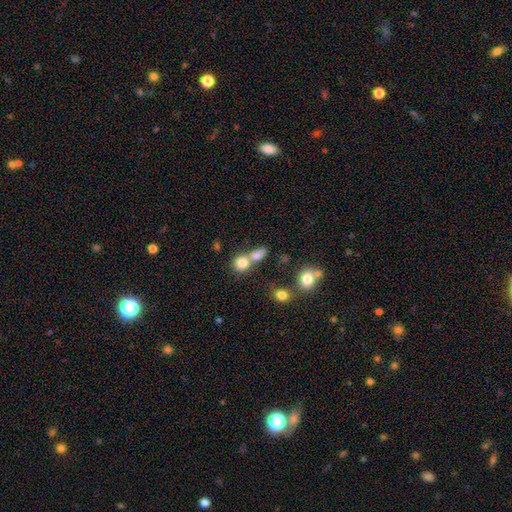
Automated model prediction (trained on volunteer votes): Smooth or featured? smooth (74%)
How rounded? round (70%)
Merging? merger (46%)